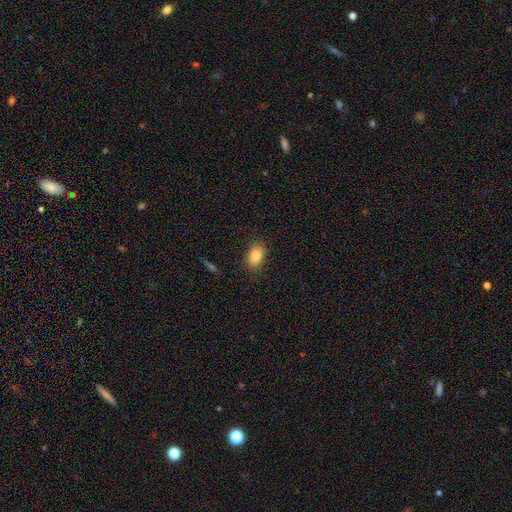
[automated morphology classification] Overall: smooth (85%). How rounded: in between (85%). Merging: none (84%).